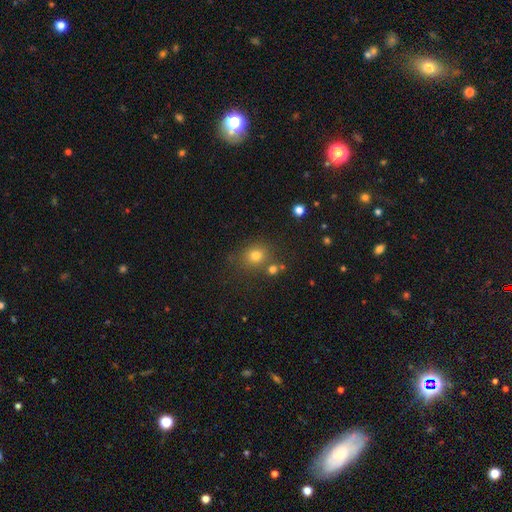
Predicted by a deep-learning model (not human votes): Morphology: type=smooth (75%); roundness=round (75%); merging=none (71%).